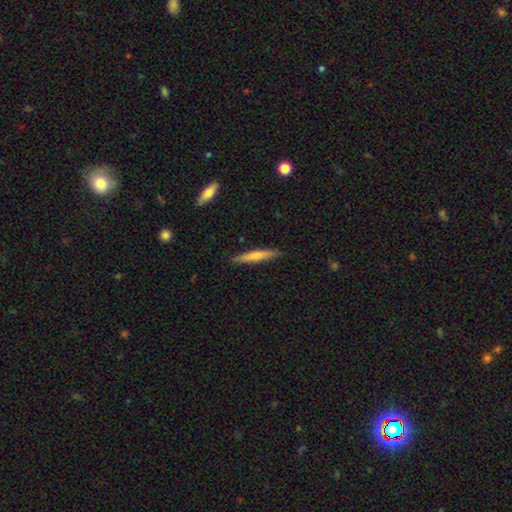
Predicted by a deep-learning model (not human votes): A smooth galaxy with no disk features (64%) that is cigar-shaped (93%). Merging: none (89%).